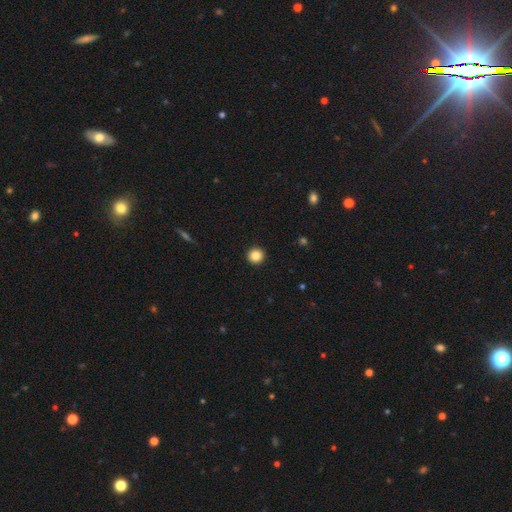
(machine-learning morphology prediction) A smooth galaxy with no disk features (85%) that is round (96%). Merging: none (94%).